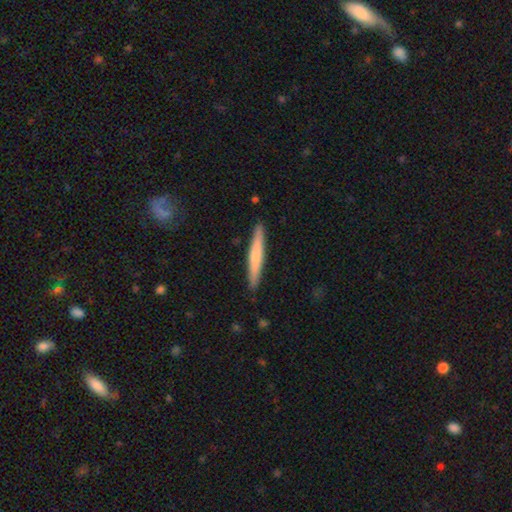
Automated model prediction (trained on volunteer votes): smooth_or_featured: smooth (p=0.61) [alt: featured or disk p=0.34]
how_rounded: cigar-shaped (p=0.96) [alt: in between p=0.03]
merging: none (p=0.90) [alt: minor disturbance p=0.07]